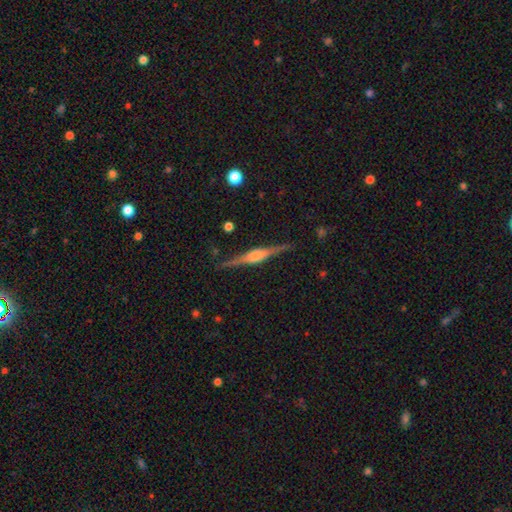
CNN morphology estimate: This is clearly a featured or disk galaxy (82%). It is clearly viewed edge-on (98%). Edge-on bulge: likely rounded (73%). Merging: clearly none (89%).